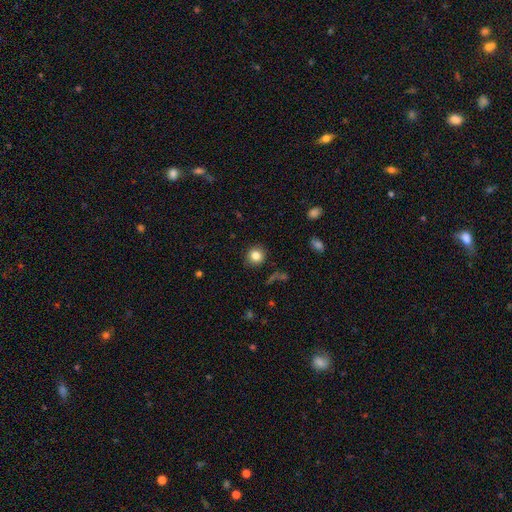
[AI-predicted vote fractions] smooth_or_featured: smooth (p=0.83) [alt: star or artifact p=0.11]
how_rounded: round (p=0.91) [alt: in between p=0.08]
merging: none (p=0.89) [alt: minor disturbance p=0.08]